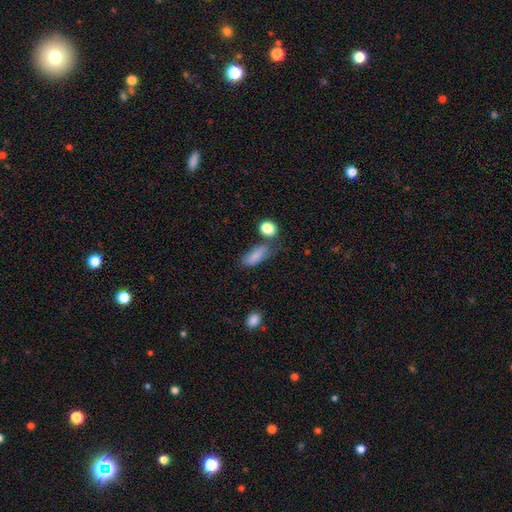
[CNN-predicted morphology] Smooth or featured? smooth (82%)
How rounded? in between (74%)
Merging? none (56%)